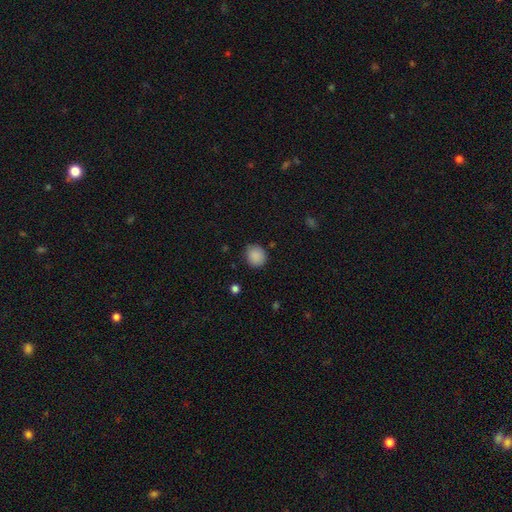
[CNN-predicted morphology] Q: Smooth or featured?
A: smooth (88%); runner-up: star or artifact (9%)
Q: How rounded?
A: round (78%); runner-up: in between (21%)
Q: Merging?
A: none (82%); runner-up: minor disturbance (14%)